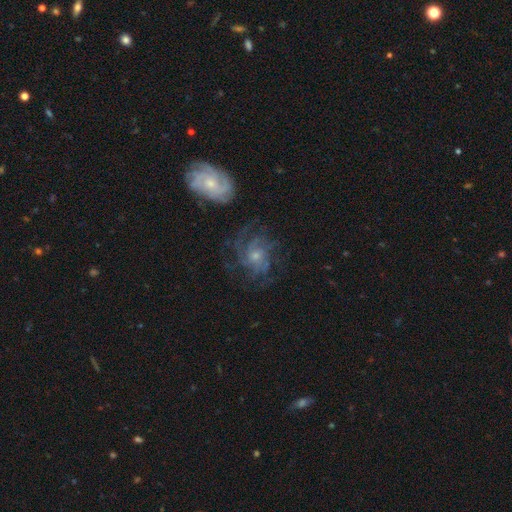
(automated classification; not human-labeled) This is likely a featured or disk galaxy (75%). It is clearly not viewed edge-on (97%). Bar: likely no (73%). Spiral arm pattern: clearly yes (91%). Spiral arm count: marginally can't tell (34%). Spiral winding: possibly tight (47%). Central bulge: possibly small (54%). Merging: likely none (64%).